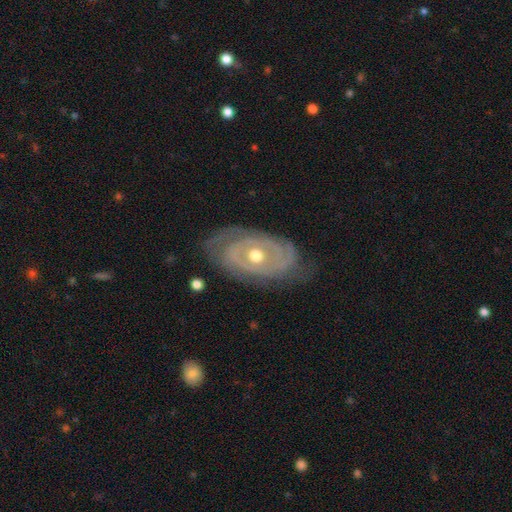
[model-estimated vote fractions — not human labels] Q: Smooth or featured?
A: featured or disk (87%); runner-up: smooth (8%)
Q: Edge-on disk?
A: no (95%); runner-up: yes (5%)
Q: Bar?
A: no (78%); runner-up: weak (16%)
Q: Spiral arms?
A: yes (90%); runner-up: no (10%)
Q: Spiral winding?
A: tight (76%); runner-up: medium (19%)
Q: Spiral arm count?
A: 2 (56%); runner-up: can't tell (23%)
Q: Bulge size?
A: moderate (67%); runner-up: small (29%)
Q: Merging?
A: none (78%); runner-up: minor disturbance (16%)